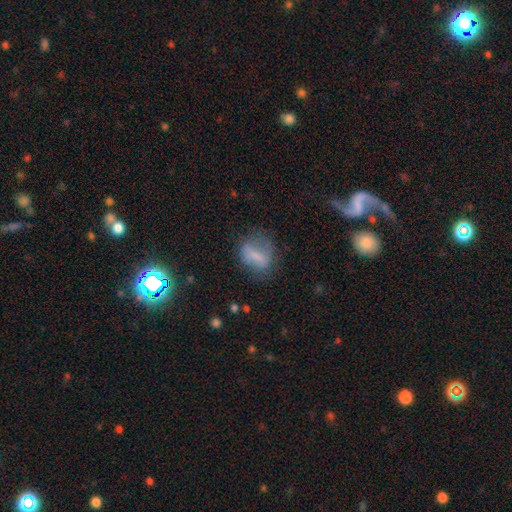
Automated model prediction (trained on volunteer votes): The model was most divided on "how rounded": in between: 60%, round: 33%, cigar-shaped: 7%. More confident: smooth or featured — smooth (60%); merging — none (58%).